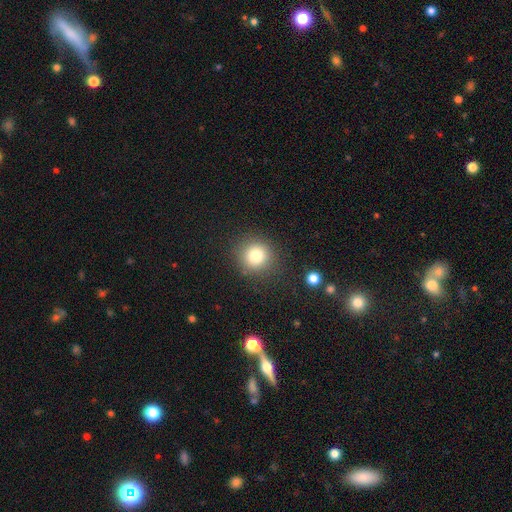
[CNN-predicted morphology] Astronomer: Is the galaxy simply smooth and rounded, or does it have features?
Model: smooth — 80%.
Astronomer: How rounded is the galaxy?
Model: round — 92%.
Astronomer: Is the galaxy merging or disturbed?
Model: none — 86%.